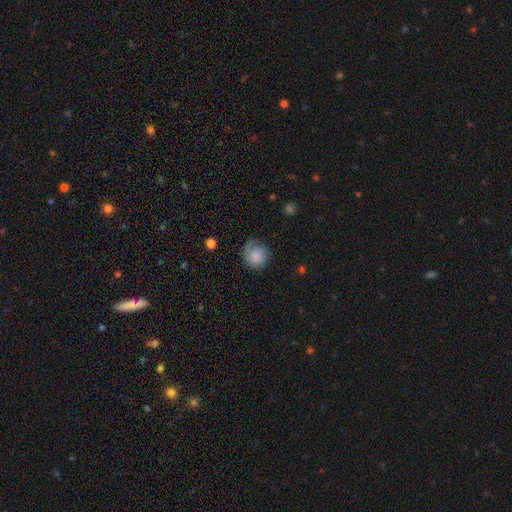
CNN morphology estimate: A smooth galaxy with no disk features (60%) that is round (78%).

Vote fractions:
- Smooth or featured? smooth: 60% / featured or disk: 31% / star or artifact: 8%
- How rounded? round: 78% / in between: 21% / cigar-shaped: 1%
- Merging? none: 61% / minor disturbance: 23% / major disturbance: 14% / merger: 1%